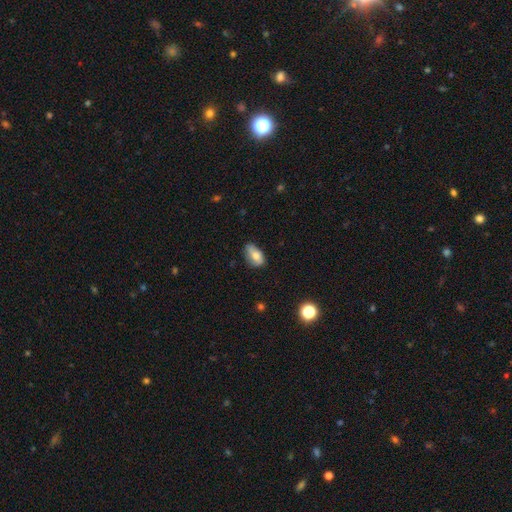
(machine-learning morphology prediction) type=smooth (71%); roundness=in between (90%); merging=none (59%).